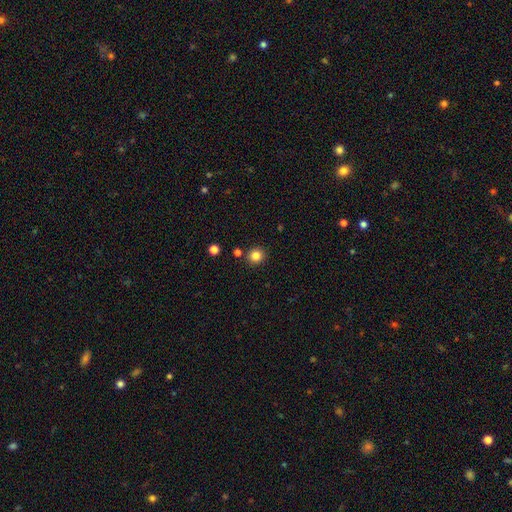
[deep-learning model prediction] This appears to be a smooth galaxy with no disk features (83%) that is round (91%). Merging: none (88%).